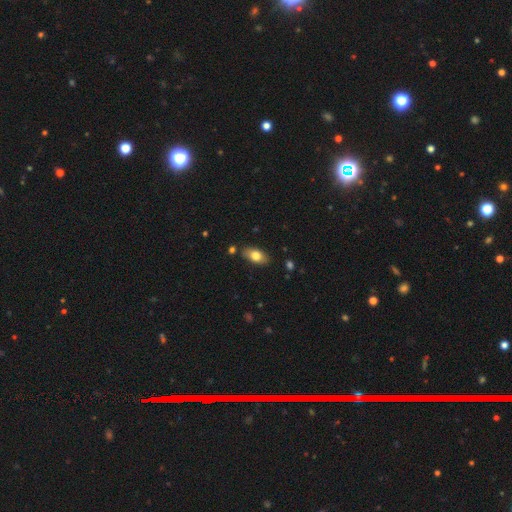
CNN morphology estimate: A smooth galaxy with no disk features (78%) that is in between round and cigar-shaped (90%). Merging: none (83%).